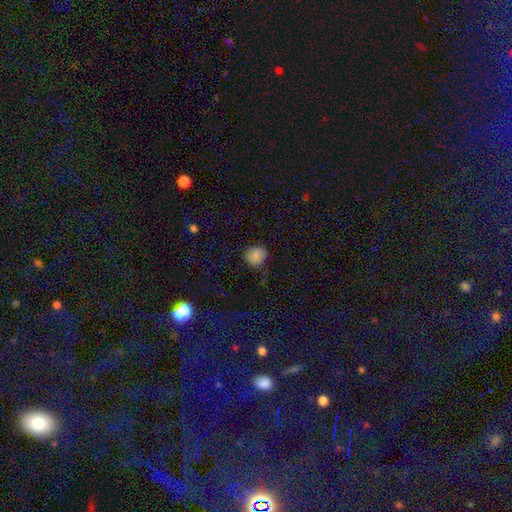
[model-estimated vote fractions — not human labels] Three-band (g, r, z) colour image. It shows a smooth galaxy with no disk features (85%) that is round (87%). Merging: none (80%).